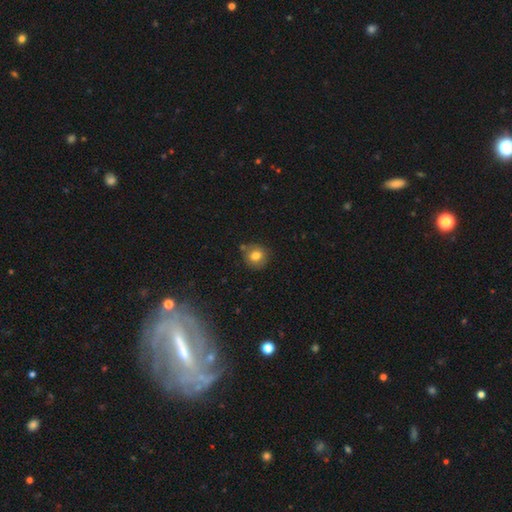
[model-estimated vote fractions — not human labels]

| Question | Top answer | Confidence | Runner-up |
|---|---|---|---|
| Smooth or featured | smooth | 78% | featured or disk (12%) |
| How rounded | round | 85% | in between (14%) |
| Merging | none | 74% | minor disturbance (16%) |